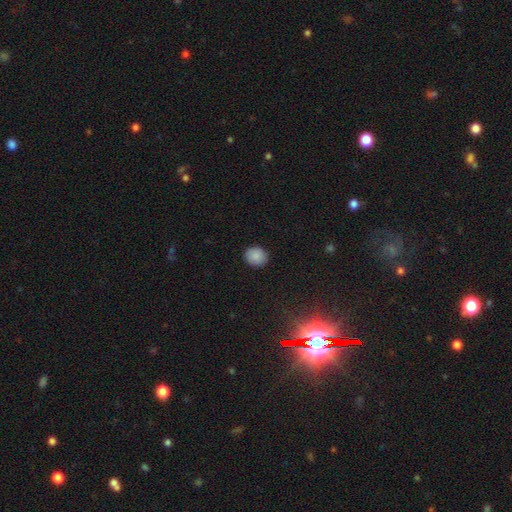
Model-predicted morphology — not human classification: Overall: smooth (88%). How rounded: round (77%). Merging: none (90%).